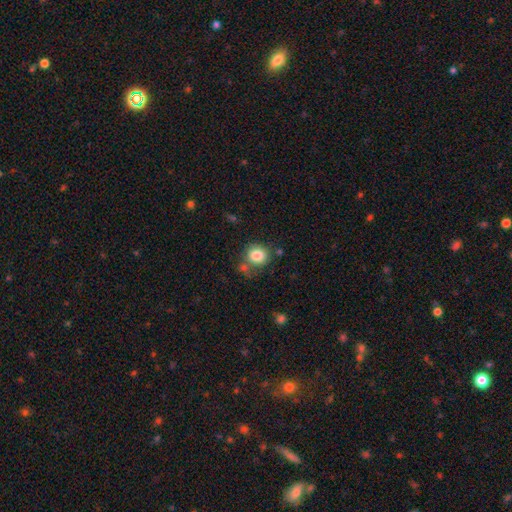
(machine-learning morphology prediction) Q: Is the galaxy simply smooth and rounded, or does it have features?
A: smooth — 83%.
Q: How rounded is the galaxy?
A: round — 78%.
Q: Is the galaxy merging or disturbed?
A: none — 63%.